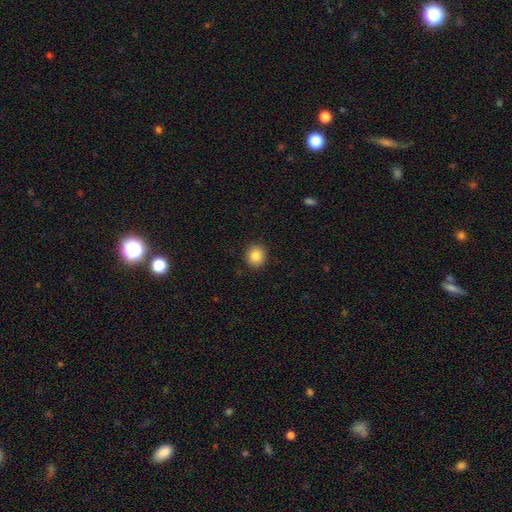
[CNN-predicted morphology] type=smooth (85%); roundness=round (83%); merging=none (91%).